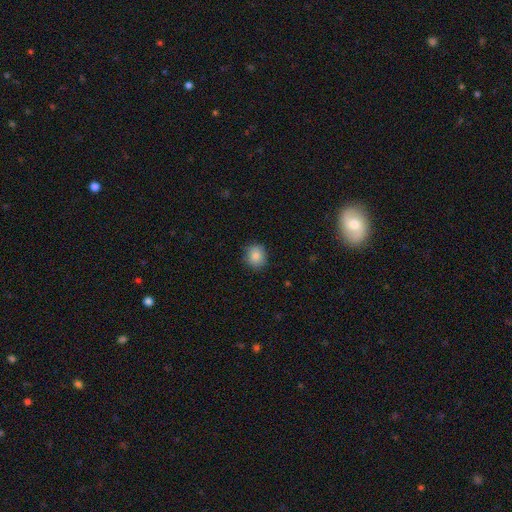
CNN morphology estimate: Smooth or featured? Predicted: smooth (p=0.84). How rounded? Predicted: round (p=0.81). Merging? Predicted: none (p=0.84).